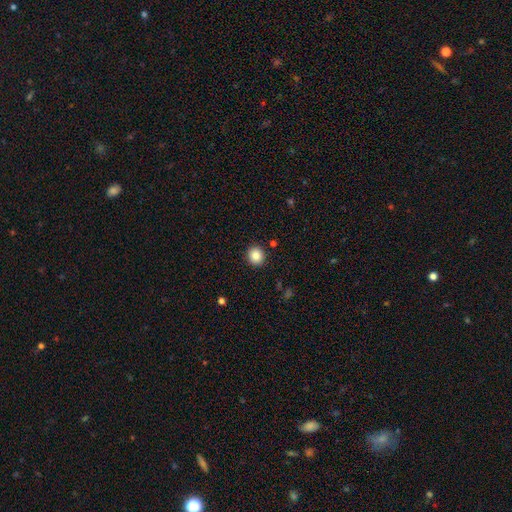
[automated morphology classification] smooth-or-featured: smooth: 86% | star or artifact: 9% | featured or disk: 5%
  how-rounded: round: 88% | in between: 12% | cigar-shaped: 1%
  merging: none: 91% | minor disturbance: 6% | major disturbance: 2% | merger: 1%